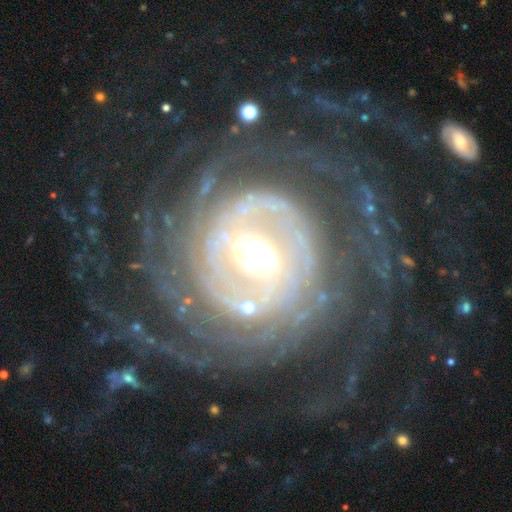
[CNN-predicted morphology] featured or disk 89%, star or artifact 6%, smooth 5%. Down the decision tree: edge-on disk — no (97%); bar — no (46%); spiral arms — yes (93%); spiral arm count — can't tell (27%); spiral winding — tight (66%); bulge size — moderate (56%); merging — none (70%).